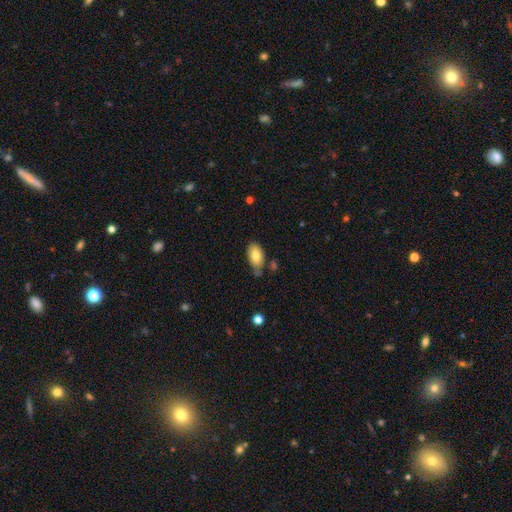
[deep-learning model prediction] The model was most divided on "merging": none: 61%, minor disturbance: 26%, merger: 7%, major disturbance: 6%. More confident: how rounded — in between (93%); smooth or featured — smooth (78%).